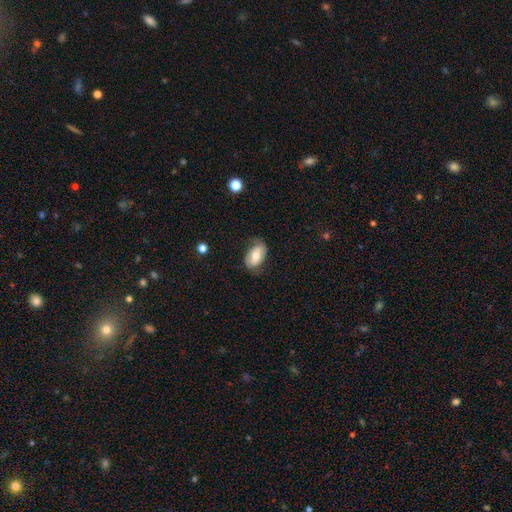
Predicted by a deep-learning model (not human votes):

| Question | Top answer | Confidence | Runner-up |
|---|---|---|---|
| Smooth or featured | smooth | 56% | featured or disk (37%) |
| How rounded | in between | 90% | round (8%) |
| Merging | none | 63% | minor disturbance (26%) |